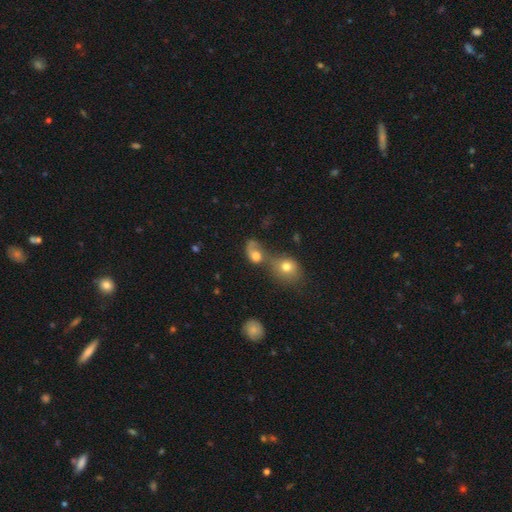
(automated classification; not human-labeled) smooth 63%, featured or disk 25%, star or artifact 13%. Down the decision tree: how rounded — in between (50%); merging — merger (65%).